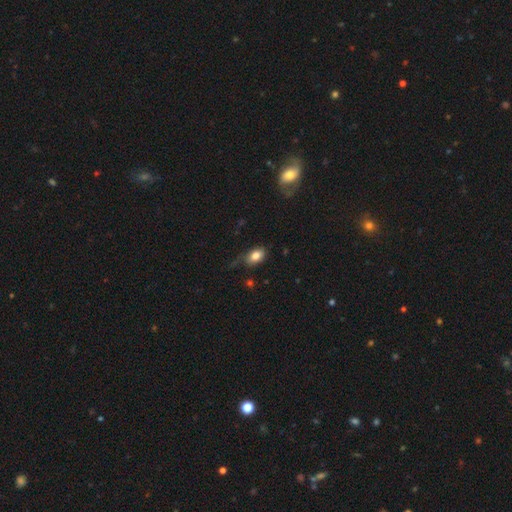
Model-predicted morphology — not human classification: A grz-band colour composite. It shows a smooth galaxy with no disk features (81%) that is in between round and cigar-shaped (86%). Merging: none (60%).